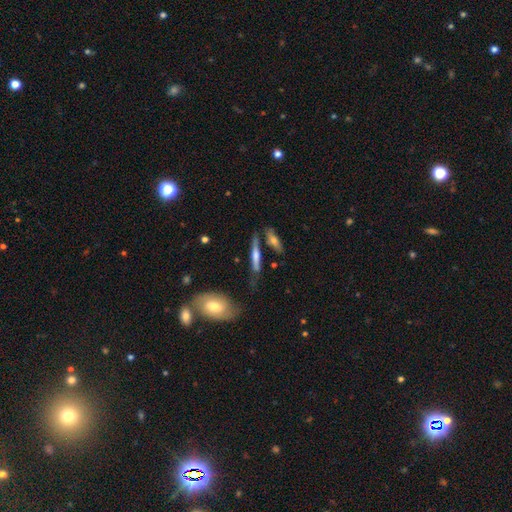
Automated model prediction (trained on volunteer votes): featured or disk 51%, smooth 41%, star or artifact 7%. Down the decision tree: edge-on disk — yes (91%); merging — none (68%).